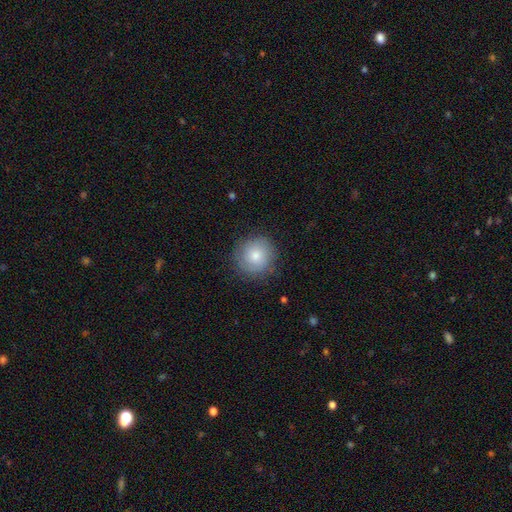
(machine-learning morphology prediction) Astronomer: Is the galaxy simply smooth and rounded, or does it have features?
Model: smooth — 70%.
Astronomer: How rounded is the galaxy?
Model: round — 92%.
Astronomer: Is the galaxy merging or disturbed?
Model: none — 82%.